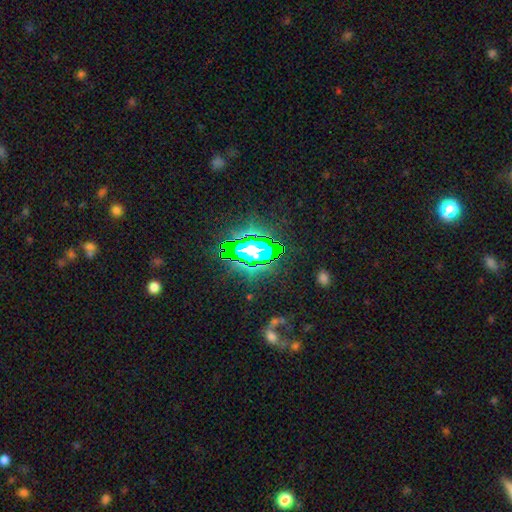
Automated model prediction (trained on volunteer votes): smooth_or_featured: star or artifact (p=0.68) [alt: smooth p=0.18]